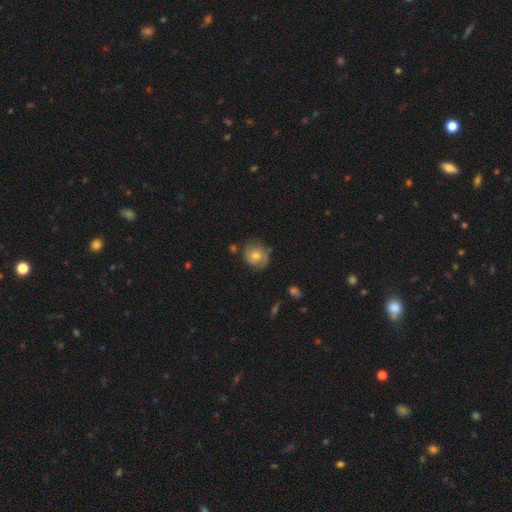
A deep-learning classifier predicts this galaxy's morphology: Smooth or featured? Predicted: smooth (p=0.49). Merging? Predicted: none (p=0.74).